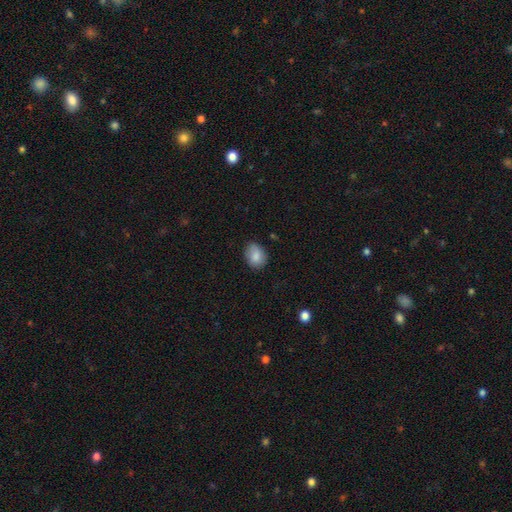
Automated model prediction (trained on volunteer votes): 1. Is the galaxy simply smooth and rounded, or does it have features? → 86% smooth, 8% star or artifact, 7% featured or disk.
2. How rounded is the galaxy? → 64% in between, 35% round, 1% cigar-shaped.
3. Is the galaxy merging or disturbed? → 79% none, 17% minor disturbance, 3% major disturbance, 1% merger.